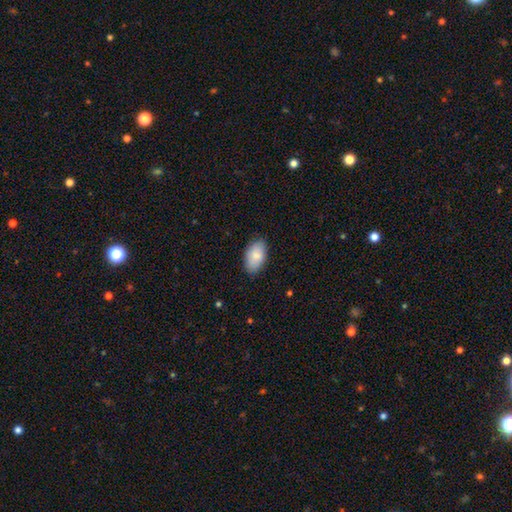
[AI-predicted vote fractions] The model was most divided on "merging": none: 84%, minor disturbance: 13%, major disturbance: 2%, merger: 1%. More confident: how rounded — in between (94%); smooth or featured — smooth (85%).